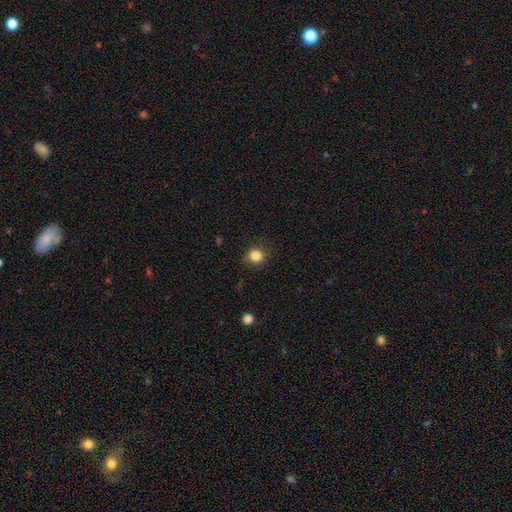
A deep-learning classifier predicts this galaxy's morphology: This is clearly a smooth galaxy (85%). How rounded: clearly round (92%). Merging: clearly none (88%).